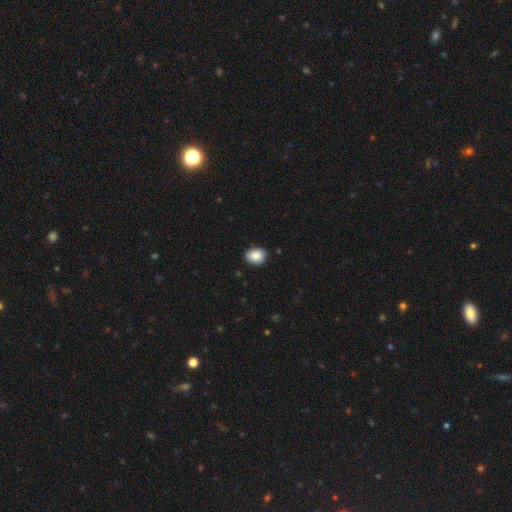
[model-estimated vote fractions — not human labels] Smooth or featured? Predicted: smooth (p=0.87). How rounded? Predicted: in between (p=0.55). Merging? Predicted: none (p=0.88).